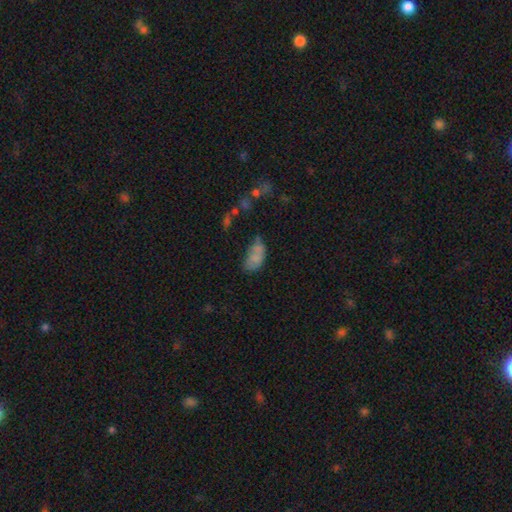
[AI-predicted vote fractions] Smooth or featured? Predicted: smooth (p=0.68). How rounded? Predicted: in between (p=0.91). Merging? Predicted: none (p=0.38).